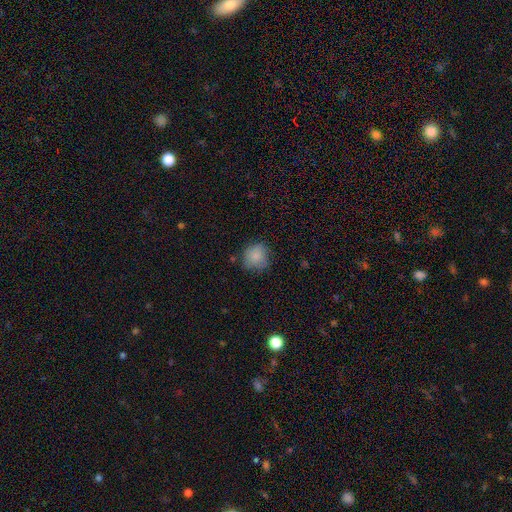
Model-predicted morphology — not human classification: Overall: smooth (84%). How rounded: round (86%). Merging: none (72%).